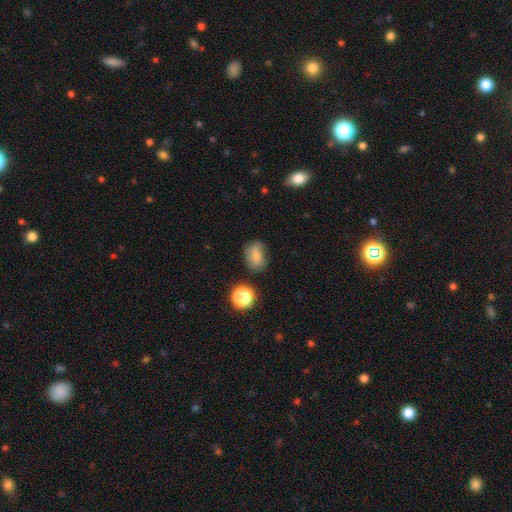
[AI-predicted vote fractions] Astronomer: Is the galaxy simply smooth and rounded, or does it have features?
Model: smooth — 65%.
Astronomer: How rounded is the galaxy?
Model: in between — 65%.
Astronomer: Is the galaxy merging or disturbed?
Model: none — 66%.